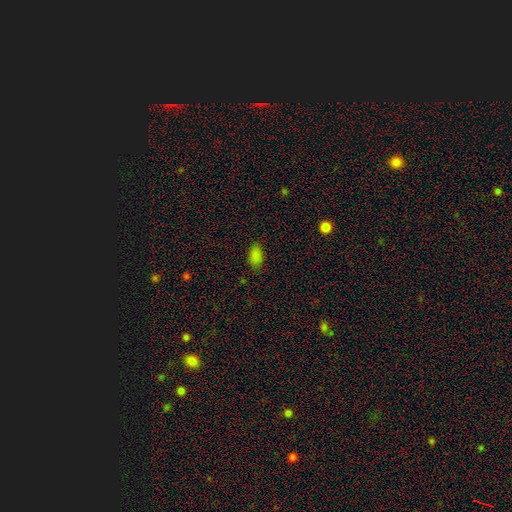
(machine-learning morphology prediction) Q: Smooth or featured?
A: smooth (83%); runner-up: star or artifact (13%)
Q: How rounded?
A: in between (92%); runner-up: round (6%)
Q: Merging?
A: none (81%); runner-up: minor disturbance (14%)